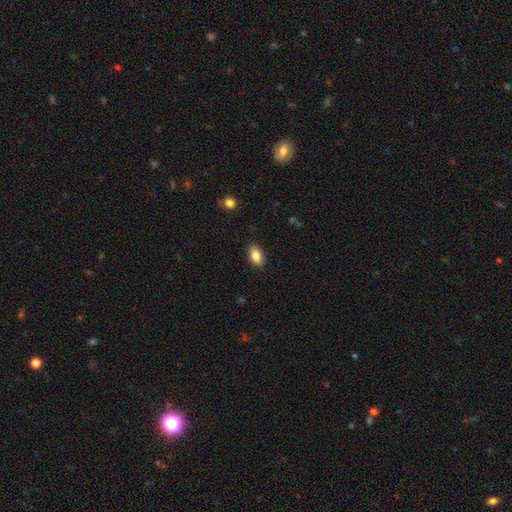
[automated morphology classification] Smooth or featured?
  - smooth: 85% *
  - star or artifact: 8%
  - featured or disk: 7%
How rounded?
  - in between: 90% *
  - round: 8%
  - cigar-shaped: 2%
Merging?
  - none: 88% *
  - minor disturbance: 9%
  - major disturbance: 2%
  - merger: 1%